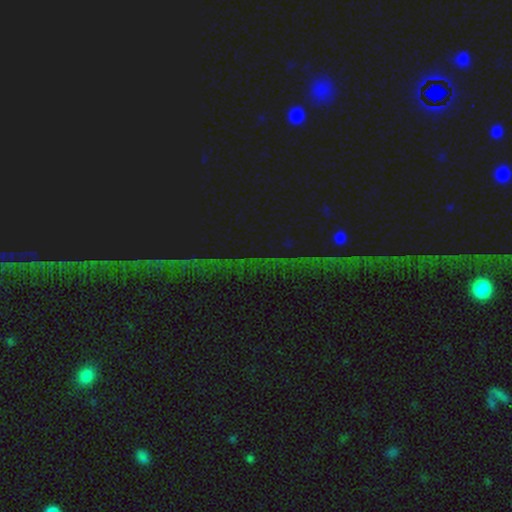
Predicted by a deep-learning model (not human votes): Smooth or featured? star or artifact (80%)